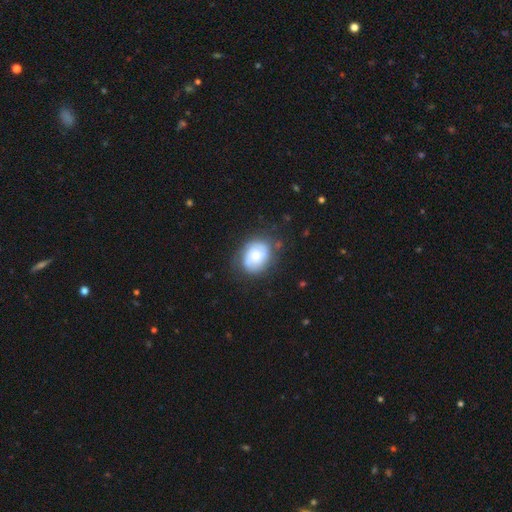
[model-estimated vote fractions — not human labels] Overall: smooth (59%; featured or disk 34%). How rounded: in between (54%; round 45%). Merging: none (70%).